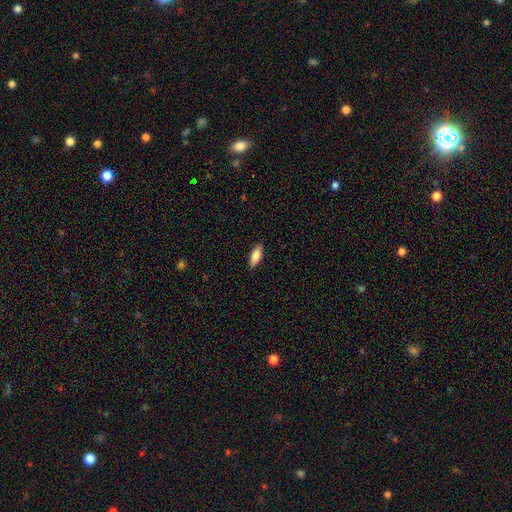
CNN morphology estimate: Q: Smooth or featured?
A: smooth (80%); runner-up: featured or disk (14%)
Q: How rounded?
A: in between (69%); runner-up: cigar-shaped (29%)
Q: Merging?
A: none (88%); runner-up: minor disturbance (9%)